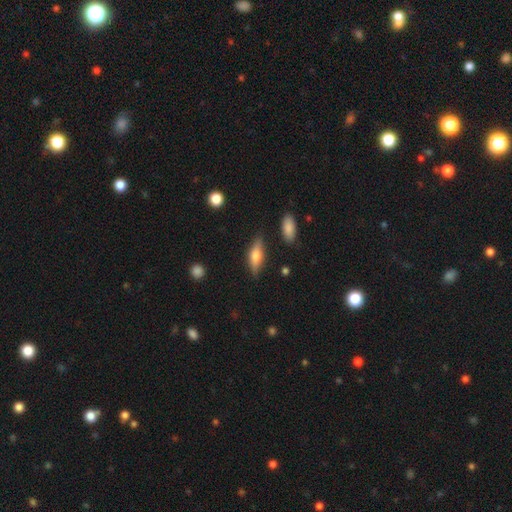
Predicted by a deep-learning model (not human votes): Morphology: type=smooth (55%); roundness=in between (59%); merging=none (81%).